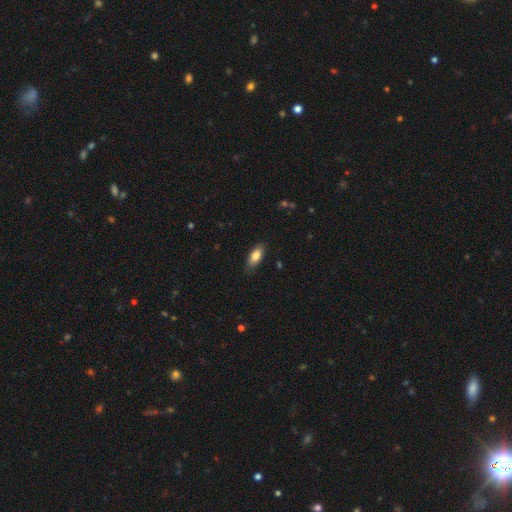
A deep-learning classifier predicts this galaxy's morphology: Smooth or featured: smooth — 83% (featured or disk — 10%)
How rounded: in between — 84% (cigar-shaped — 13%)
Merging: none — 83% (minor disturbance — 13%)